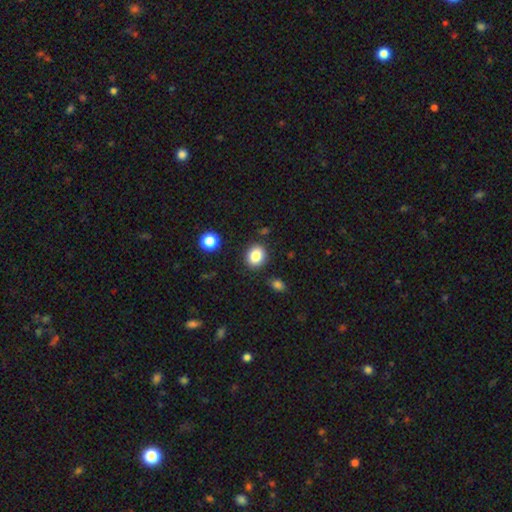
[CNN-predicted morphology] smooth 84%, star or artifact 10%, featured or disk 6%. Down the decision tree: how rounded — round (59%); merging — none (86%).